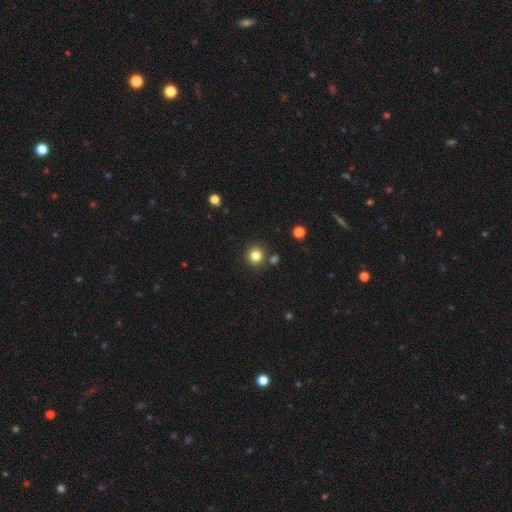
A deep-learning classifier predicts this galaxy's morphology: Smooth or featured? smooth (82%)
How rounded? round (93%)
Merging? none (85%)